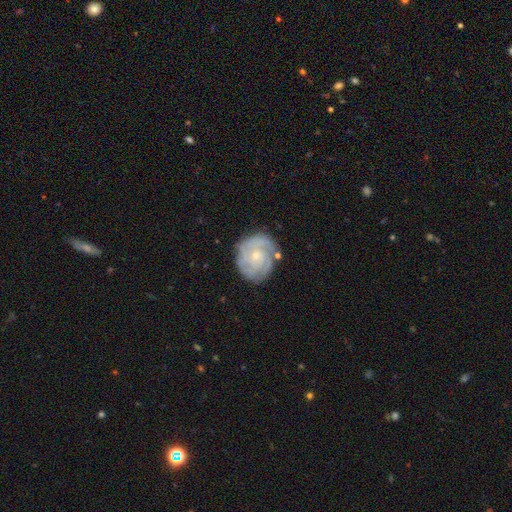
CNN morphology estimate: smooth_or_featured: featured or disk (p=0.80) [alt: smooth p=0.15]
disk_edge_on: no (p=0.98) [alt: yes p=0.02]
bar: no (p=0.78) [alt: weak p=0.19]
has_spiral_arms: yes (p=0.94) [alt: no p=0.06]
spiral_winding: tight (p=0.70) [alt: medium p=0.25]
spiral_arm_count: 3 (p=0.31) [alt: can't tell p=0.28]
bulge_size: small (p=0.67) [alt: moderate p=0.28]
merging: none (p=0.76) [alt: minor disturbance p=0.17]